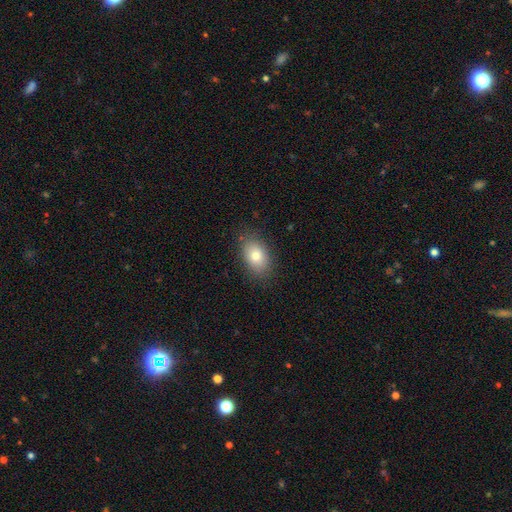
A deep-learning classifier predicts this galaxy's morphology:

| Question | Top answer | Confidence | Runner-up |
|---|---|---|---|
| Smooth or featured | smooth | 79% | featured or disk (12%) |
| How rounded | in between | 84% | round (15%) |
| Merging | none | 83% | minor disturbance (13%) |